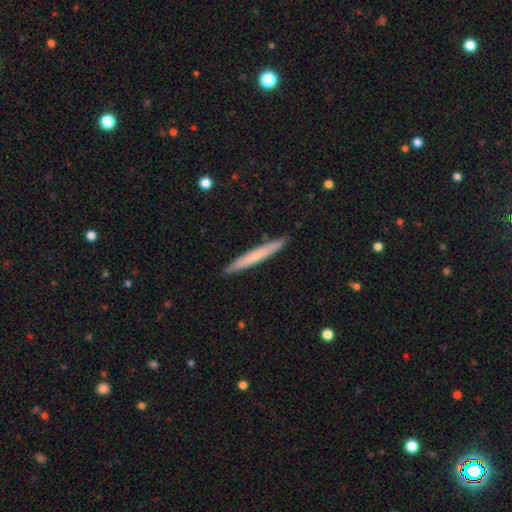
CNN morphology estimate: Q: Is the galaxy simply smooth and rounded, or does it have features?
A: smooth — 64%.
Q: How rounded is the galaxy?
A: cigar-shaped — 97%.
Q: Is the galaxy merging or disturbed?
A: none — 92%.